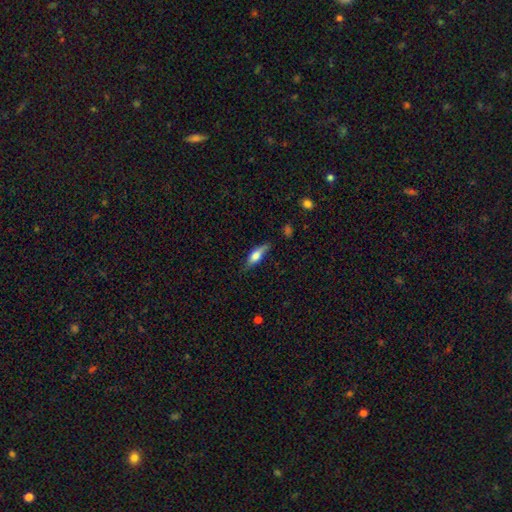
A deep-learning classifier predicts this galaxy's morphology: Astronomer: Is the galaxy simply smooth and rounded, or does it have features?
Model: smooth — 57% (runner-up: featured or disk, 36%).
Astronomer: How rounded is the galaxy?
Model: in between — 50% (runner-up: cigar-shaped, 47%).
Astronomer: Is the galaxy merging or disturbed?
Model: none — 66%.